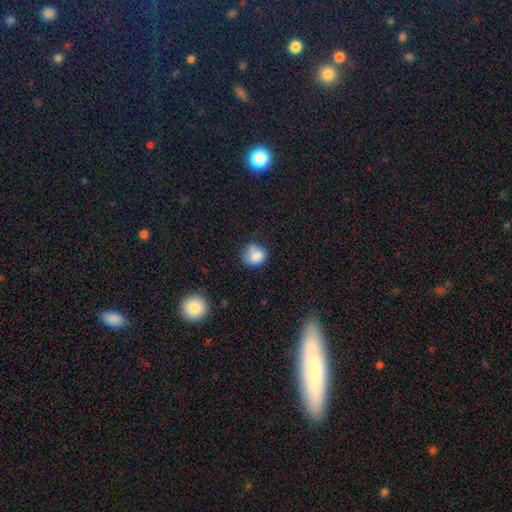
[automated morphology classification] type=smooth (81%); roundness=round (62%); merging=none (51%).